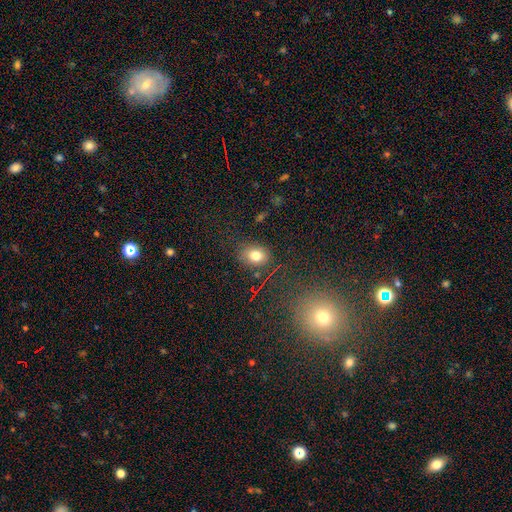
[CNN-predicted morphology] Overall: smooth (76%). How rounded: in between (57%; round 42%). Merging: none (81%).